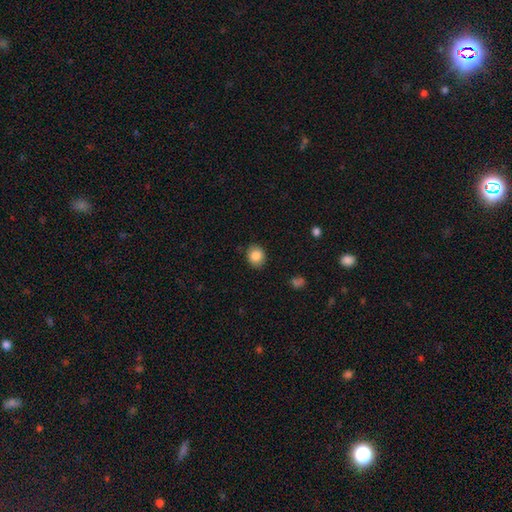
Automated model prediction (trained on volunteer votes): smooth_or_featured: smooth (p=0.86) [alt: star or artifact p=0.09]
how_rounded: round (p=0.71) [alt: in between p=0.28]
merging: none (p=0.87) [alt: minor disturbance p=0.09]